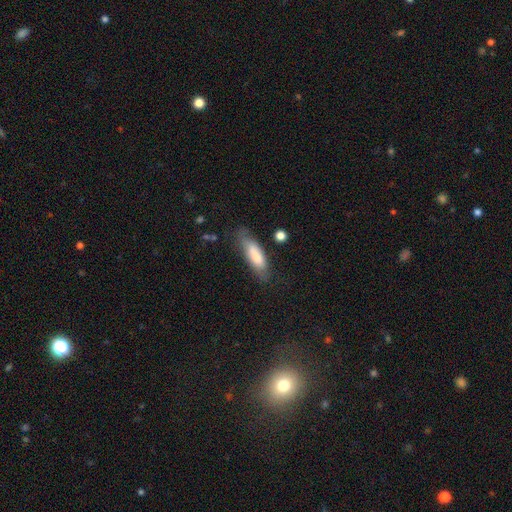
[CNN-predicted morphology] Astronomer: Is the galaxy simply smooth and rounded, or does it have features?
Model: smooth — 75%.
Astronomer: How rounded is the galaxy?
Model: in between — 52% (runner-up: cigar-shaped, 46%).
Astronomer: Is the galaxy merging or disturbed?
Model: none — 65%.